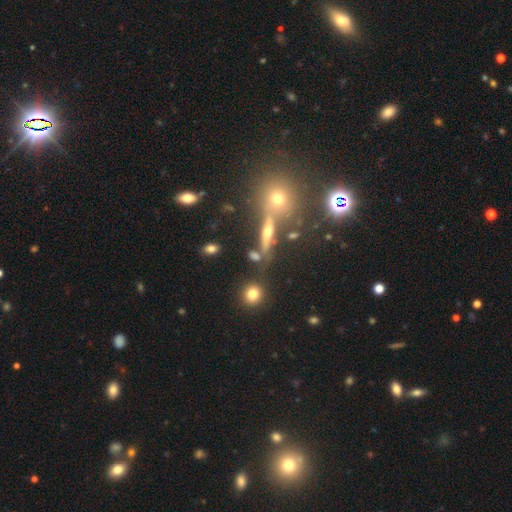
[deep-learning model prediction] A smooth galaxy with no disk features (45%). Merging: none (72%).